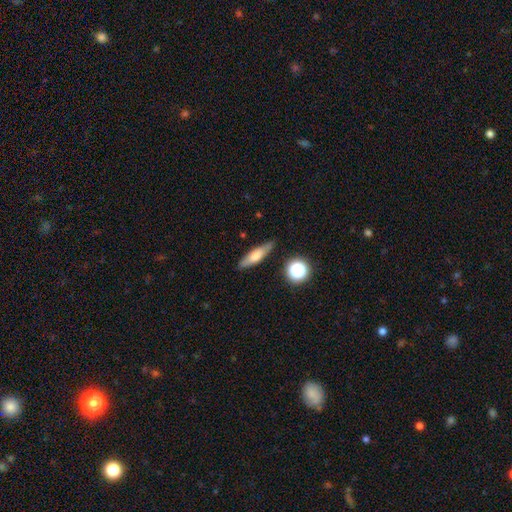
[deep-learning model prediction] Smooth or featured? smooth (59%)
How rounded? cigar-shaped (64%)
Merging? none (82%)